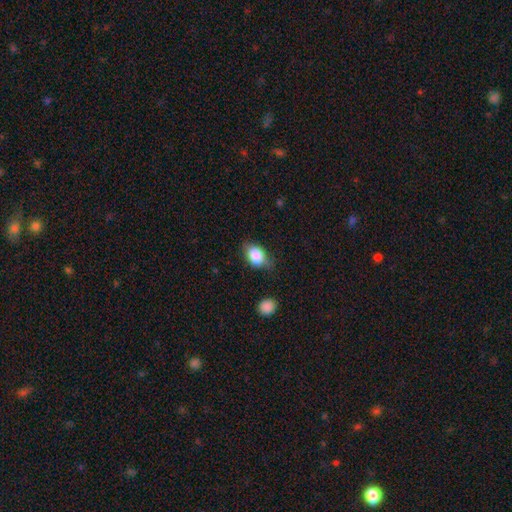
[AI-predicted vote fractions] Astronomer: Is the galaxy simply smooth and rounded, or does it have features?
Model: smooth — 84%.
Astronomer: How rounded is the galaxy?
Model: in between — 73%.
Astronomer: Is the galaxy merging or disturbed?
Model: none — 65%.